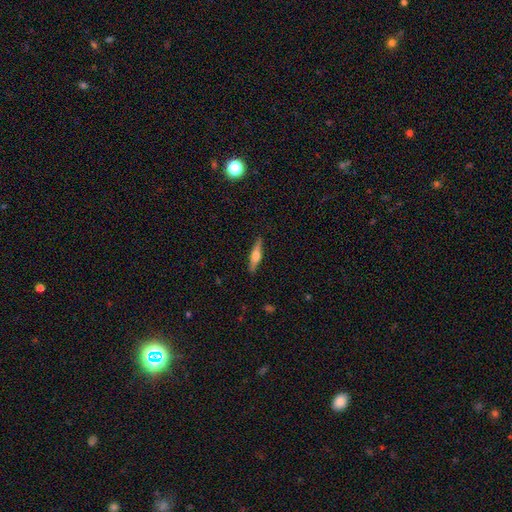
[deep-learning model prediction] Smooth or featured? Predicted: featured or disk (p=0.52). Edge-on disk? Predicted: yes (p=0.95). Merging? Predicted: none (p=0.89).